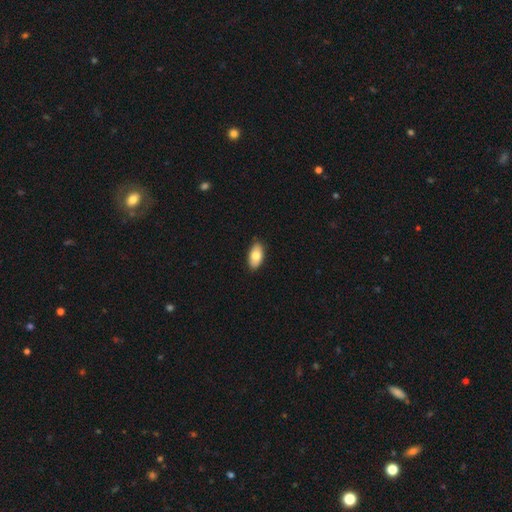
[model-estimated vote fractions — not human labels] Q: Smooth or featured?
A: smooth (77%); runner-up: featured or disk (16%)
Q: How rounded?
A: in between (93%); runner-up: cigar-shaped (3%)
Q: Merging?
A: none (87%); runner-up: minor disturbance (11%)